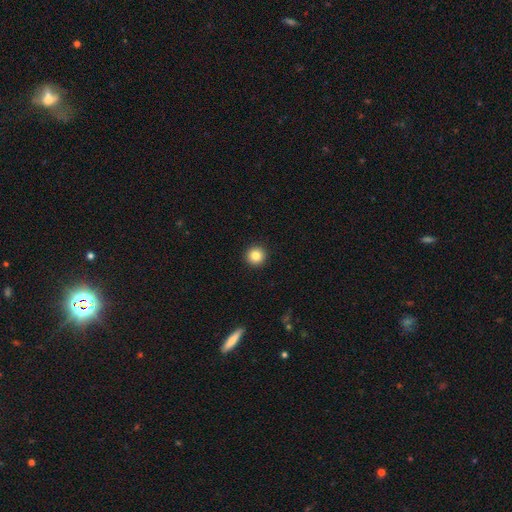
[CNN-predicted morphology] Smooth or featured?
  - smooth: 84% *
  - star or artifact: 10%
  - featured or disk: 6%
How rounded?
  - round: 96% *
  - in between: 3%
  - cigar-shaped: 1%
Merging?
  - none: 93% *
  - minor disturbance: 4%
  - major disturbance: 1%
  - merger: 1%